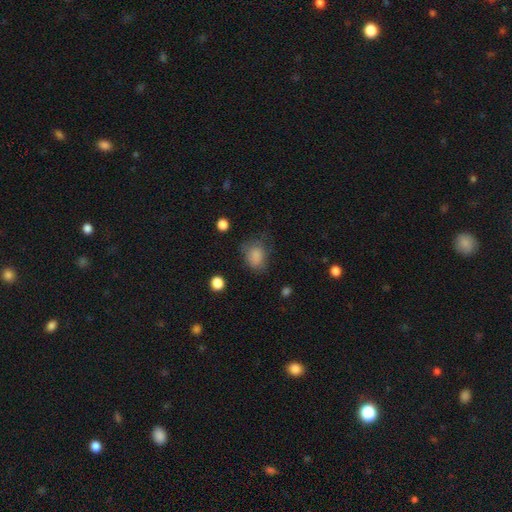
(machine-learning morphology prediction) type=smooth (82%); roundness=in between (59%); merging=none (57%).